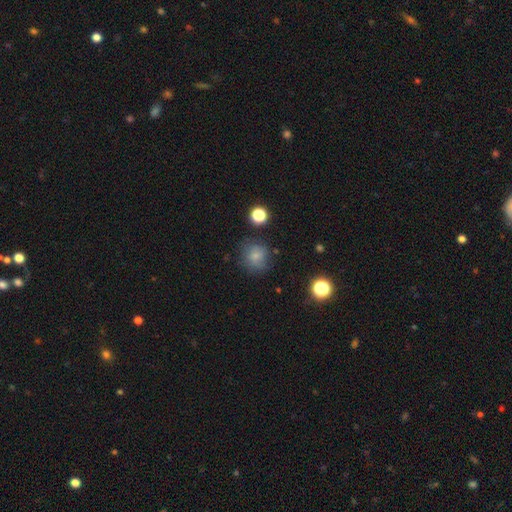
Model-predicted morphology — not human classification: This is likely a smooth galaxy (76%). How rounded: clearly round (87%). Merging: likely none (72%).